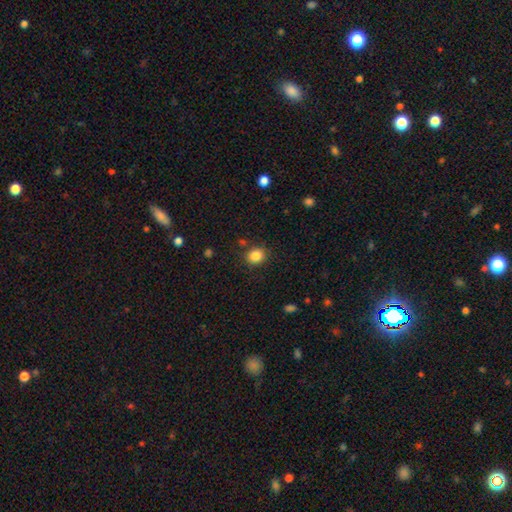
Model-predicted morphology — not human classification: Q: Smooth or featured?
A: smooth (85%); runner-up: star or artifact (10%)
Q: How rounded?
A: round (72%); runner-up: in between (27%)
Q: Merging?
A: none (84%); runner-up: minor disturbance (10%)